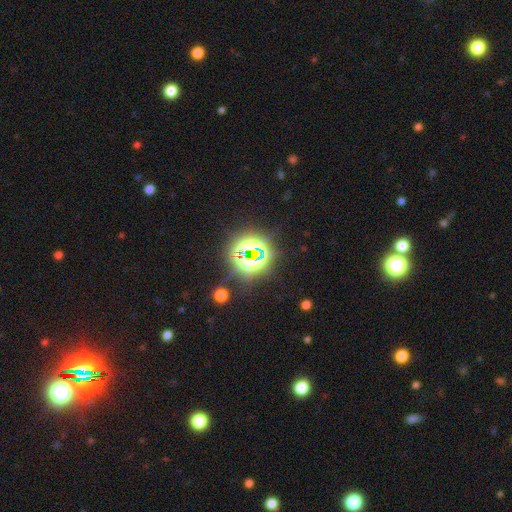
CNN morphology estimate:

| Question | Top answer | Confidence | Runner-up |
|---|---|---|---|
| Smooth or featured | star or artifact | 80% | smooth (12%) |